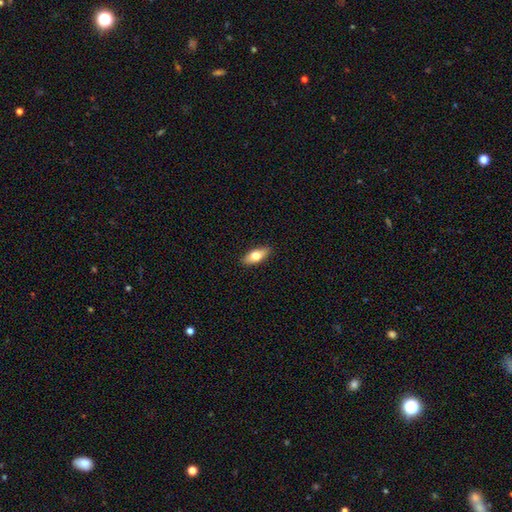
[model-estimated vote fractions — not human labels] This appears to be a smooth galaxy with no disk features (67%) that is in between round and cigar-shaped (76%). Merging: none (89%).